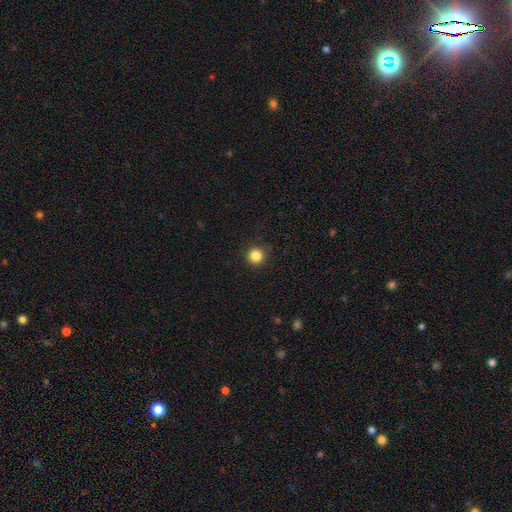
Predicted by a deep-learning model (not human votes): smooth-or-featured: smooth: 85% | star or artifact: 11% | featured or disk: 4%
  how-rounded: round: 96% | in between: 3% | cigar-shaped: 1%
  merging: none: 91% | minor disturbance: 6% | major disturbance: 2% | merger: 1%